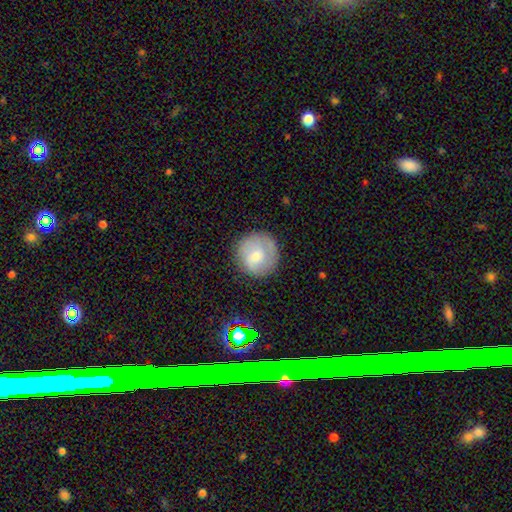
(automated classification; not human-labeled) Smooth or featured: smooth — 58% (featured or disk — 34%)
How rounded: round — 94% (in between — 5%)
Merging: none — 80% (minor disturbance — 13%)